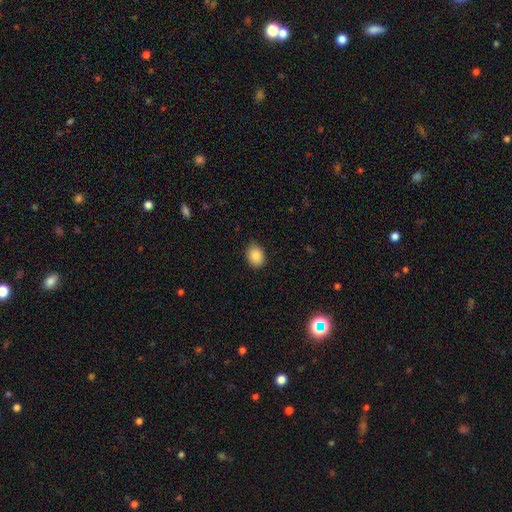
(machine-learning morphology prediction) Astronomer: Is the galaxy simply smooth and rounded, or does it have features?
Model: smooth — 88%.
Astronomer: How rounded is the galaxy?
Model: in between — 58% (runner-up: round, 41%).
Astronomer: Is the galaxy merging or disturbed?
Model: none — 82%.